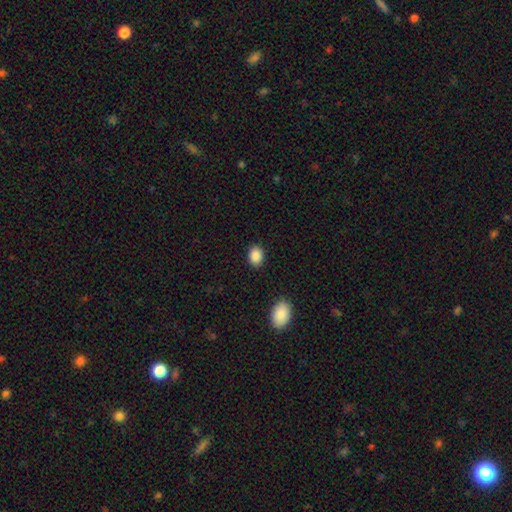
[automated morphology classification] A smooth galaxy with no disk features (89%) that is in between round and cigar-shaped (63%). Merging: none (87%).